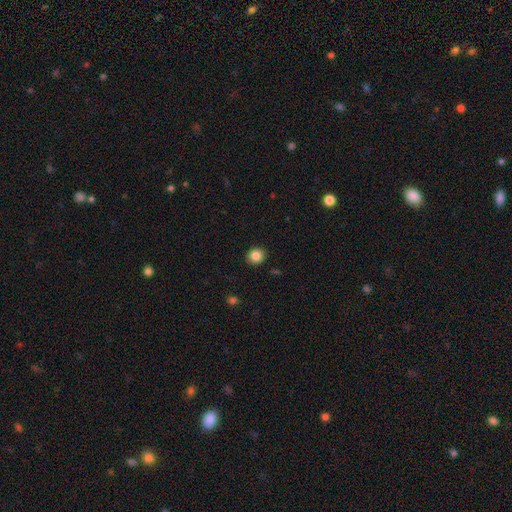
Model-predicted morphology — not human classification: This appears to be a smooth galaxy with no disk features (86%) that is round (80%). Merging: none (90%).